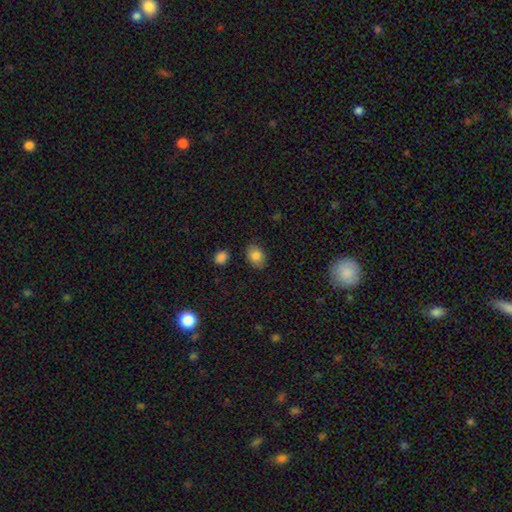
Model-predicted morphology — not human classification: Overall: smooth (84%). How rounded: in between (68%; round 31%). Merging: none (84%).